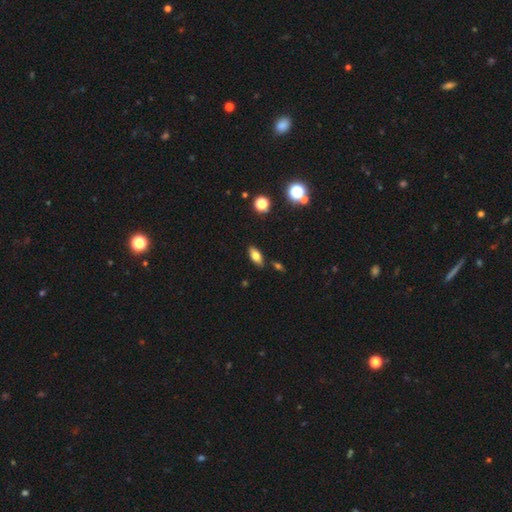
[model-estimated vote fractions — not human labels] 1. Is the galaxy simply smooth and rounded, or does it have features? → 70% smooth, 20% featured or disk, 10% star or artifact.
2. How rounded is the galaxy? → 84% in between, 11% cigar-shaped, 5% round.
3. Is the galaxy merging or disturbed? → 82% none, 12% minor disturbance, 4% merger, 3% major disturbance.